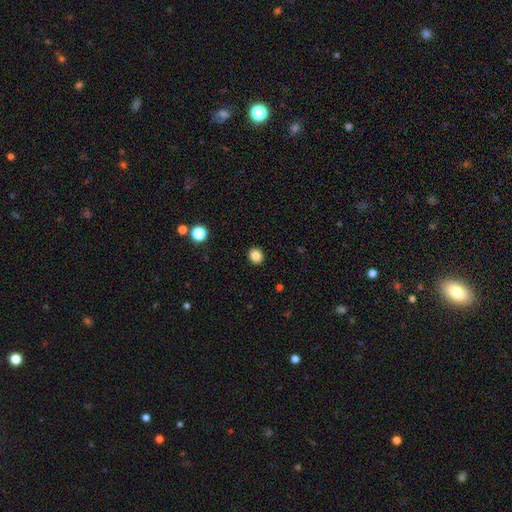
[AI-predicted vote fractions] Smooth or featured? Predicted: smooth (p=0.85). How rounded? Predicted: round (p=0.72). Merging? Predicted: none (p=0.91).